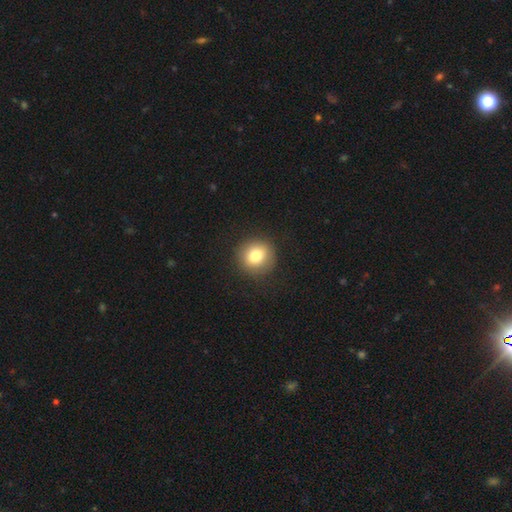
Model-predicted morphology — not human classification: Smooth or featured?
  - smooth: 79% *
  - featured or disk: 10%
  - star or artifact: 10%
How rounded?
  - round: 91% *
  - in between: 8%
  - cigar-shaped: 1%
Merging?
  - none: 90% *
  - minor disturbance: 7%
  - major disturbance: 2%
  - merger: 1%